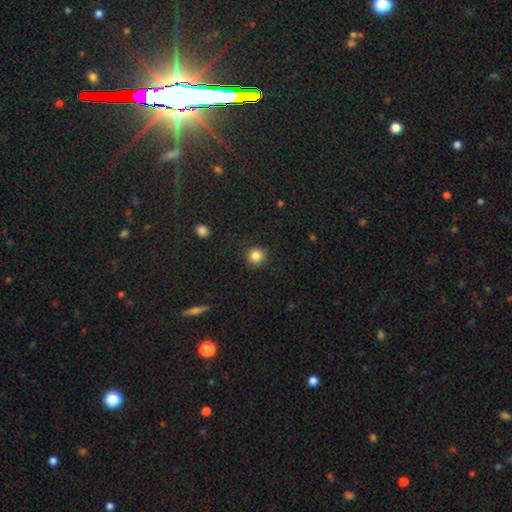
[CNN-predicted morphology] The model was most divided on "smooth or featured": smooth: 85%, star or artifact: 11%, featured or disk: 5%. More confident: how rounded — round (93%); merging — none (89%).